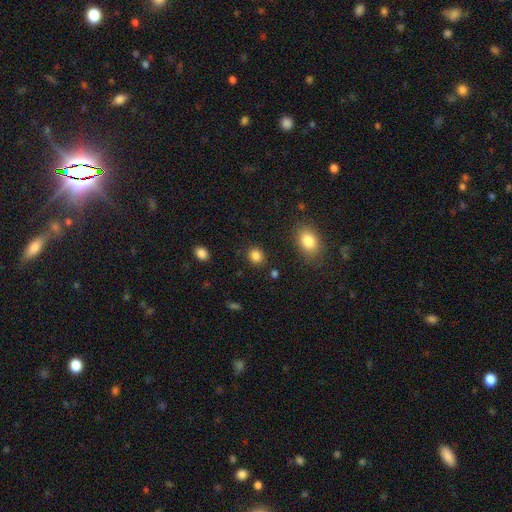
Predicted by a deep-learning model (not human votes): A smooth galaxy with no disk features (86%) that is round (70%). Merging: none (87%).